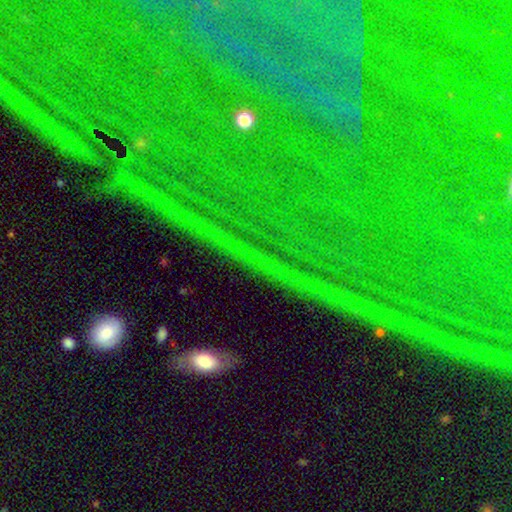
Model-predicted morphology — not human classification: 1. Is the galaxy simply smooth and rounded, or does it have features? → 72% star or artifact, 14% featured or disk, 13% smooth.